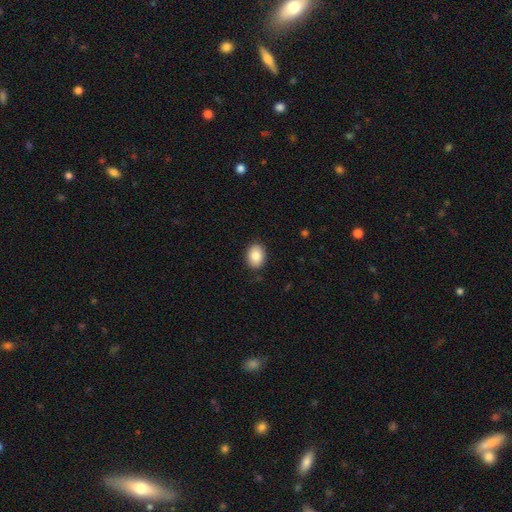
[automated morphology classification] A smooth galaxy with no disk features (86%) that is in between round and cigar-shaped (68%). Merging: none (88%).